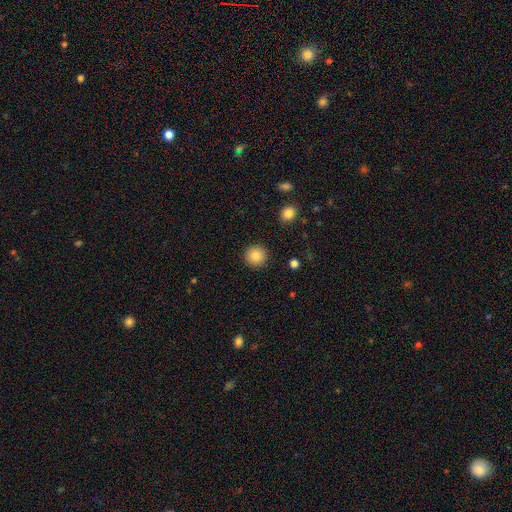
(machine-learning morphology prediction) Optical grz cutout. It shows a smooth galaxy with no disk features (87%) that is round (95%). Merging: none (92%).